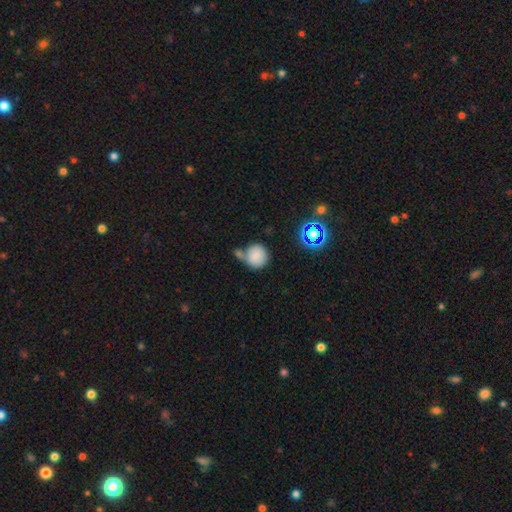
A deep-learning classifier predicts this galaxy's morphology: Smooth or featured?
  - smooth: 81% *
  - star or artifact: 10%
  - featured or disk: 8%
How rounded?
  - round: 90% *
  - in between: 9%
  - cigar-shaped: 1%
Merging?
  - none: 46% *
  - merger: 32%
  - minor disturbance: 15%
  - major disturbance: 7%